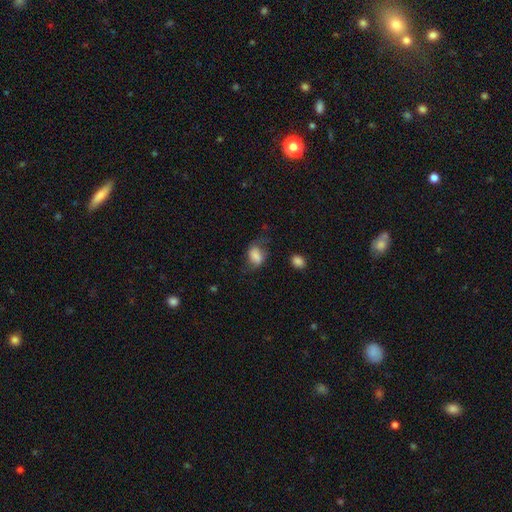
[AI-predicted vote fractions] Q: Smooth or featured?
A: smooth (72%); runner-up: featured or disk (19%)
Q: How rounded?
A: in between (74%); runner-up: round (24%)
Q: Merging?
A: none (43%); runner-up: minor disturbance (30%)